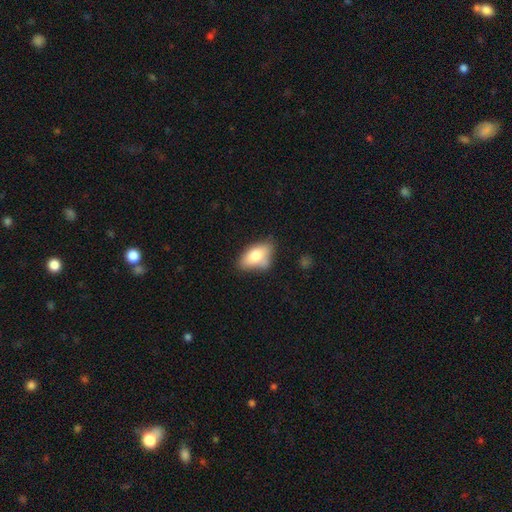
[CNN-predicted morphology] smooth 74%, featured or disk 18%, star or artifact 8%. Down the decision tree: how rounded — in between (90%); merging — none (52%).